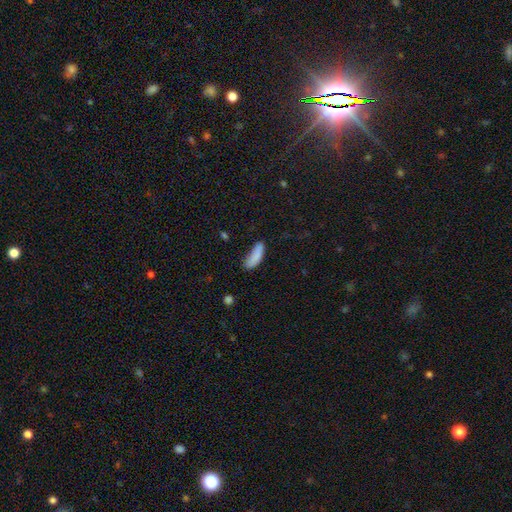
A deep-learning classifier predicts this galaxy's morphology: A smooth galaxy with no disk features (86%) that is in between round and cigar-shaped (56%).

Vote fractions:
- Smooth or featured? smooth: 86% / star or artifact: 7% / featured or disk: 7%
- How rounded? in between: 56% / cigar-shaped: 42% / round: 2%
- Merging? none: 63% / minor disturbance: 27% / major disturbance: 7% / merger: 3%